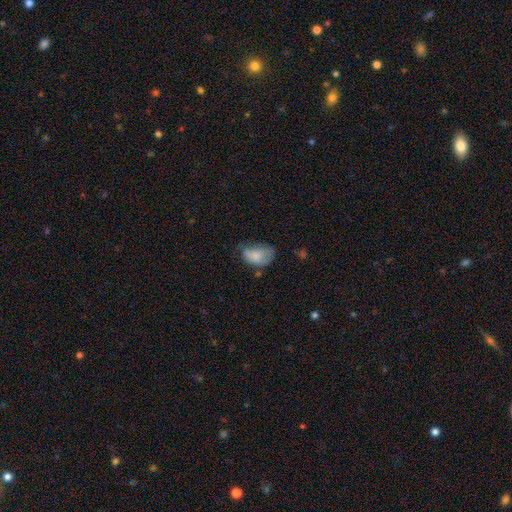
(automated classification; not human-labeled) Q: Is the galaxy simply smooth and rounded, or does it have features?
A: smooth — 76%.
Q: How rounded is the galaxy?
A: in between — 86%.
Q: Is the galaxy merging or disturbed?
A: minor disturbance — 41%.